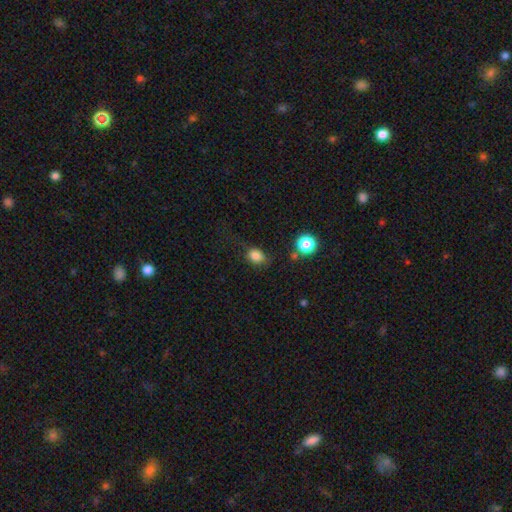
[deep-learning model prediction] Smooth or featured? Predicted: smooth (p=0.82). How rounded? Predicted: in between (p=0.58). Merging? Predicted: none (p=0.65).